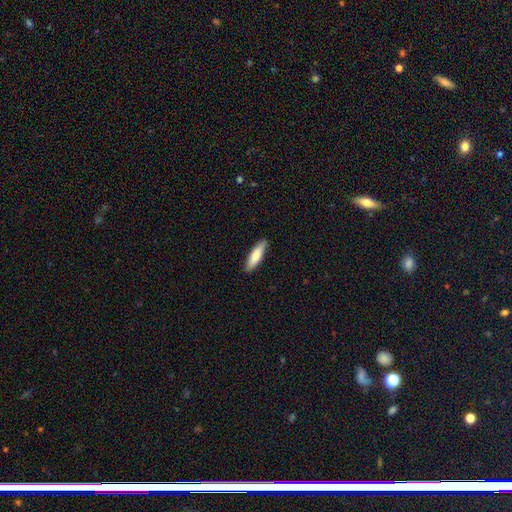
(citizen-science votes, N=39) smooth-or-featured: smooth: 74% | featured or disk: 26% | star or artifact: 0%
  how-rounded: cigar-shaped: 72% | in between: 28% | round: 0%
  merging: none: 87% | minor disturbance: 10% | major disturbance: 3% | merger: 0%